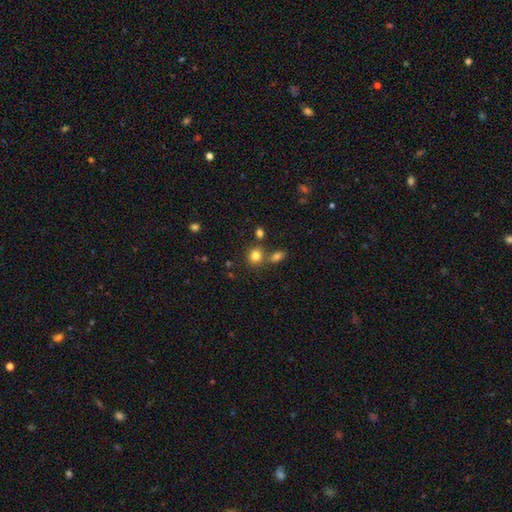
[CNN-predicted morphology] smooth 81%, star or artifact 12%, featured or disk 6%. Down the decision tree: how rounded — round (80%); merging — none (68%).